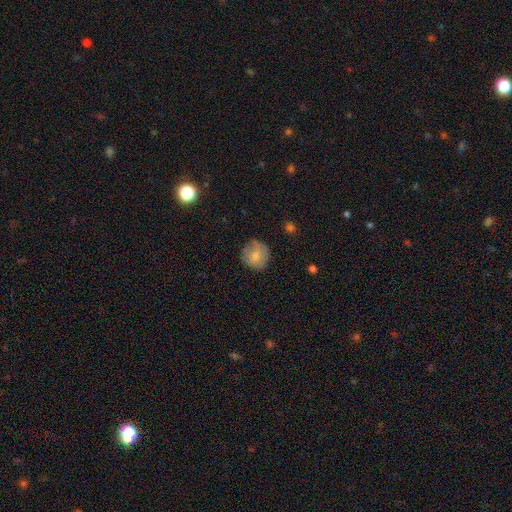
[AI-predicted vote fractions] A smooth galaxy with no disk features (77%) that is round (90%).

Vote fractions:
- Smooth or featured? smooth: 77% / featured or disk: 16% / star or artifact: 8%
- How rounded? round: 90% / in between: 9% / cigar-shaped: 1%
- Merging? none: 76% / minor disturbance: 18% / major disturbance: 4% / merger: 1%